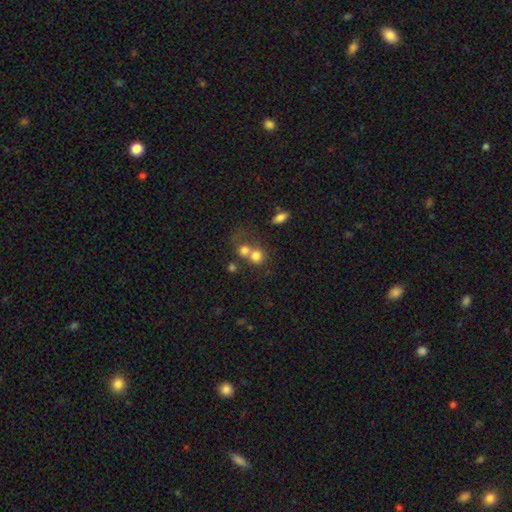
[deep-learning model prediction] A smooth galaxy with no disk features (75%) that is round (80%).

Vote fractions:
- Smooth or featured? smooth: 75% / featured or disk: 13% / star or artifact: 12%
- How rounded? round: 80% / in between: 19% / cigar-shaped: 1%
- Merging? merger: 53% / none: 34% / minor disturbance: 7% / major disturbance: 5%